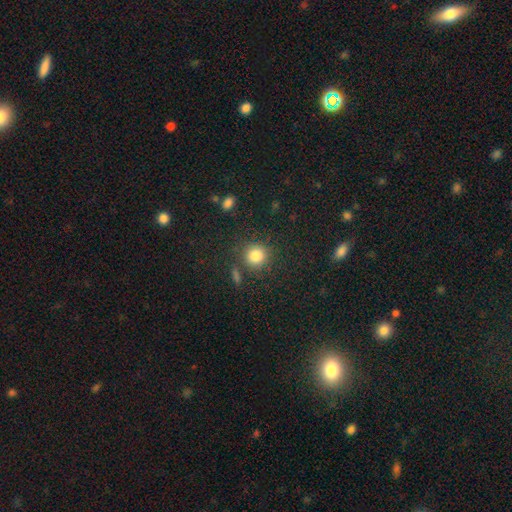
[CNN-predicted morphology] smooth_or_featured: smooth (p=0.83) [alt: star or artifact p=0.12]
how_rounded: round (p=0.89) [alt: in between p=0.10]
merging: none (p=0.81) [alt: minor disturbance p=0.09]